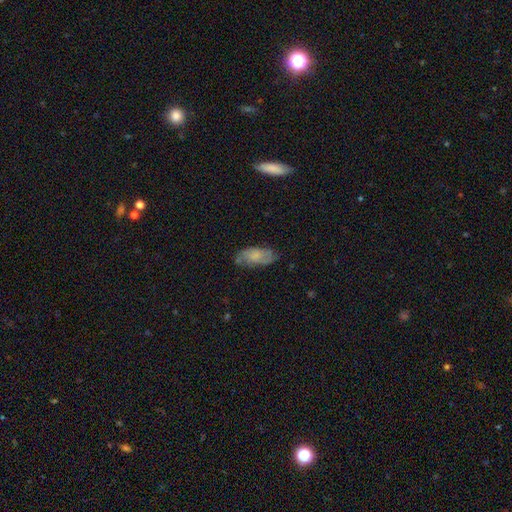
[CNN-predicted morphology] smooth_or_featured: smooth (p=0.54) [alt: featured or disk p=0.38]
how_rounded: in between (p=0.87) [alt: cigar-shaped p=0.11]
merging: none (p=0.67) [alt: minor disturbance p=0.24]